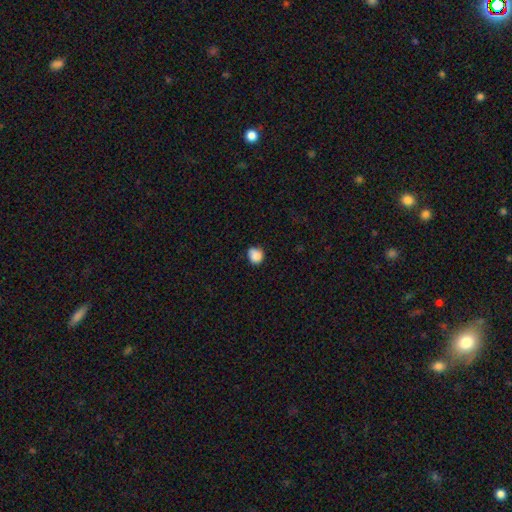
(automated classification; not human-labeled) This appears to be a smooth galaxy with no disk features (84%) that is round (76%). Merging: none (66%).